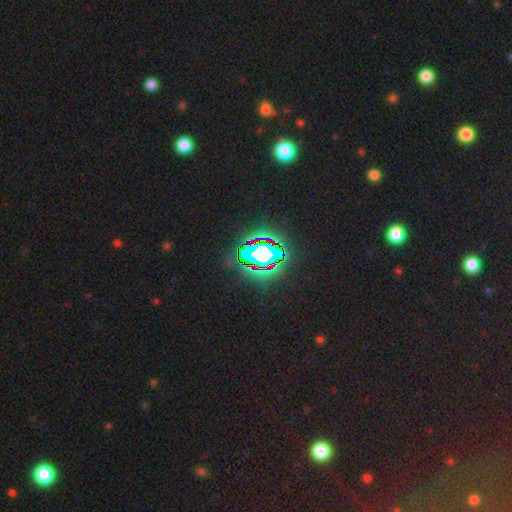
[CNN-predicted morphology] smooth_or_featured: star or artifact (p=0.77) [alt: smooth p=0.13]